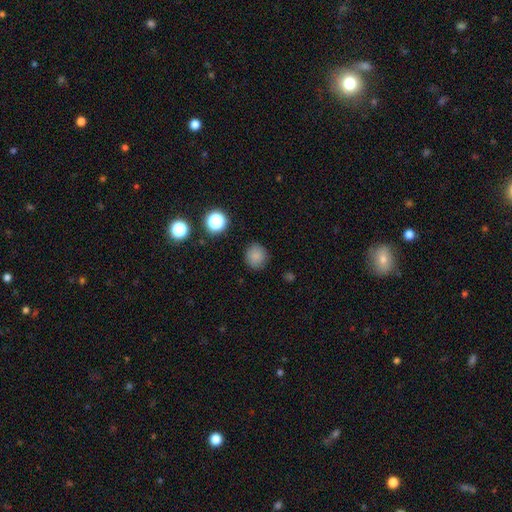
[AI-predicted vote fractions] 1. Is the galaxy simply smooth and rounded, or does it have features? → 82% smooth, 13% star or artifact, 5% featured or disk.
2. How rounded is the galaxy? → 88% round, 11% in between, 1% cigar-shaped.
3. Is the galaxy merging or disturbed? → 86% none, 10% minor disturbance, 3% major disturbance, 1% merger.